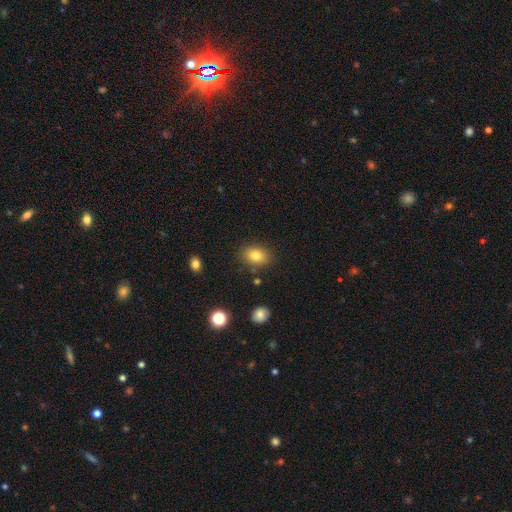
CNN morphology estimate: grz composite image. It shows a smooth galaxy with no disk features (80%) that is in between round and cigar-shaped (69%). Merging: none (84%).